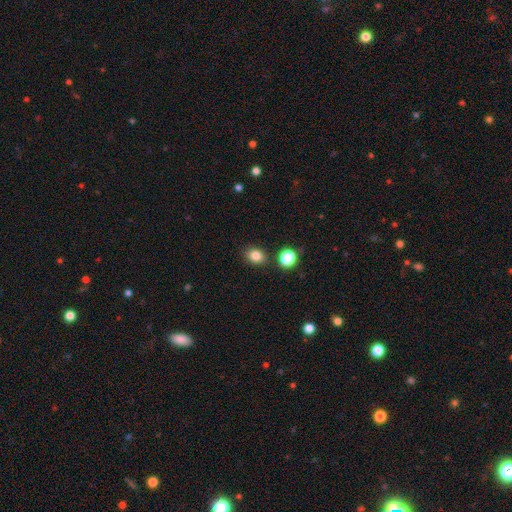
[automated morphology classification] This is clearly a smooth galaxy (82%). How rounded: possibly in between (53%). Merging: clearly none (84%).